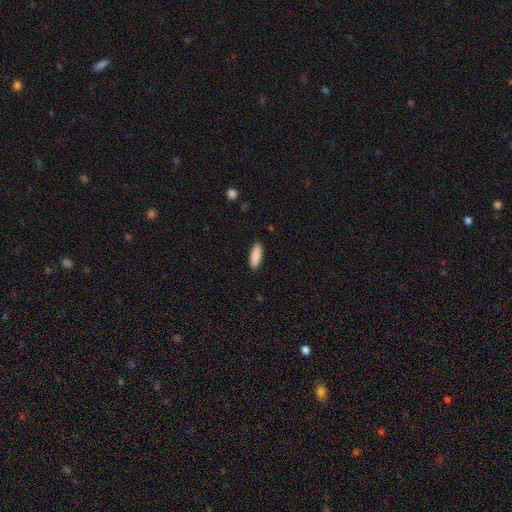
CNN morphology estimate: Smooth or featured?
  - smooth: 89% *
  - star or artifact: 6%
  - featured or disk: 5%
How rounded?
  - in between: 64% *
  - cigar-shaped: 34%
  - round: 2%
Merging?
  - none: 90% *
  - minor disturbance: 8%
  - major disturbance: 2%
  - merger: 1%